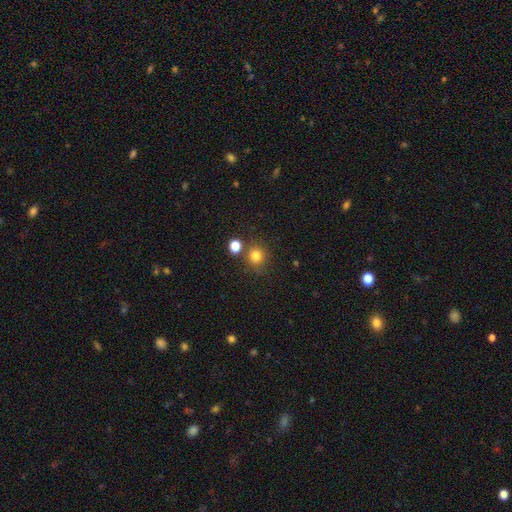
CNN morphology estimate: type=smooth (81%); roundness=round (85%); merging=none (73%).